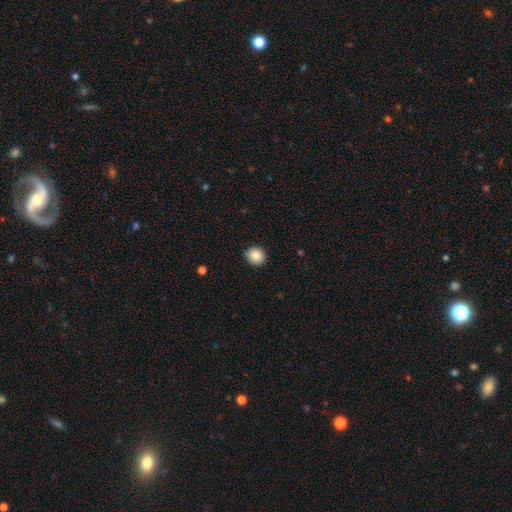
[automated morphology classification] Smooth or featured: smooth — 86% (star or artifact — 9%)
How rounded: round — 92% (in between — 7%)
Merging: none — 87% (minor disturbance — 10%)